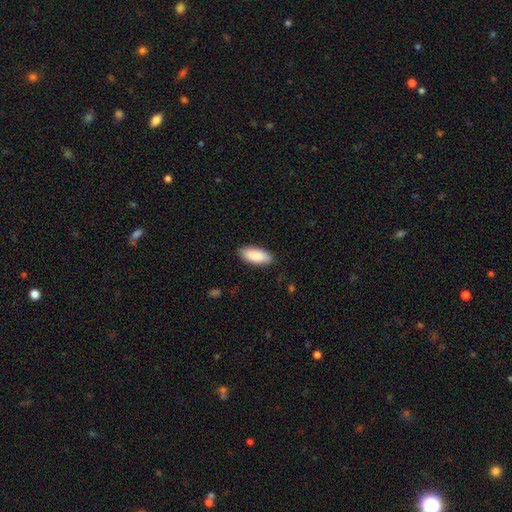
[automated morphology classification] smooth 89%, featured or disk 6%, star or artifact 5%. Down the decision tree: how rounded — in between (84%); merging — none (87%).